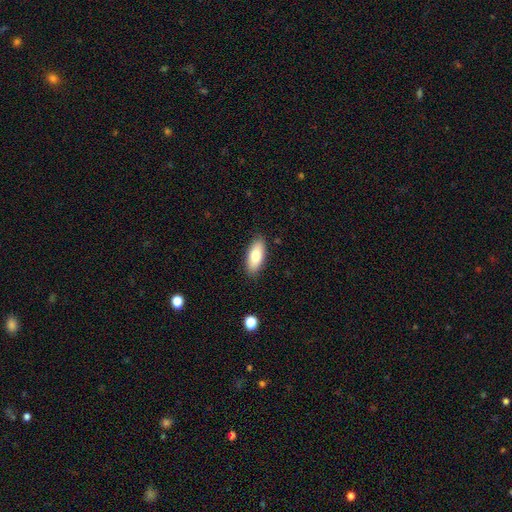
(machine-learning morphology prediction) smooth 78%, featured or disk 16%, star or artifact 7%. Down the decision tree: how rounded — in between (84%); merging — none (87%).